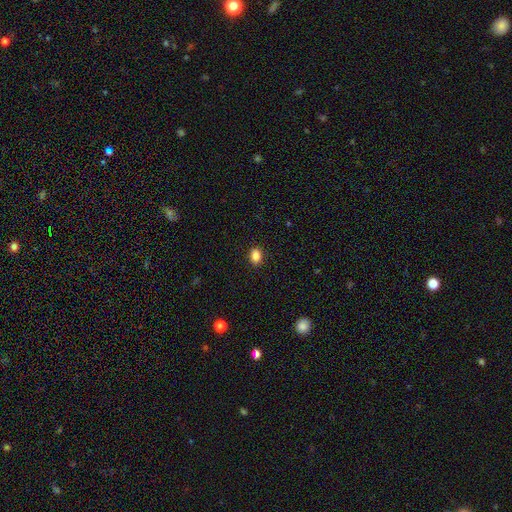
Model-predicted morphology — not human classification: smooth_or_featured: smooth (p=0.87) [alt: star or artifact p=0.10]
how_rounded: in between (p=0.73) [alt: round p=0.26]
merging: none (p=0.90) [alt: minor disturbance p=0.07]